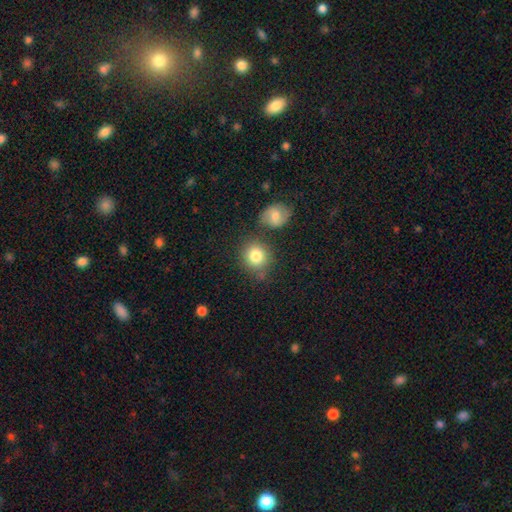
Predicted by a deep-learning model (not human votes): smooth_or_featured: smooth (p=0.83) [alt: featured or disk p=0.08]
how_rounded: round (p=0.83) [alt: in between p=0.16]
merging: none (p=0.69) [alt: merger p=0.14]